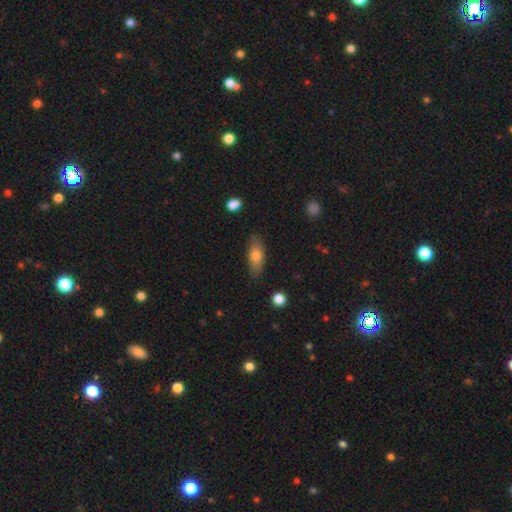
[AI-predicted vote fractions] Q: Smooth or featured?
A: smooth (72%); runner-up: featured or disk (22%)
Q: How rounded?
A: in between (75%); runner-up: cigar-shaped (21%)
Q: Merging?
A: none (82%); runner-up: minor disturbance (13%)